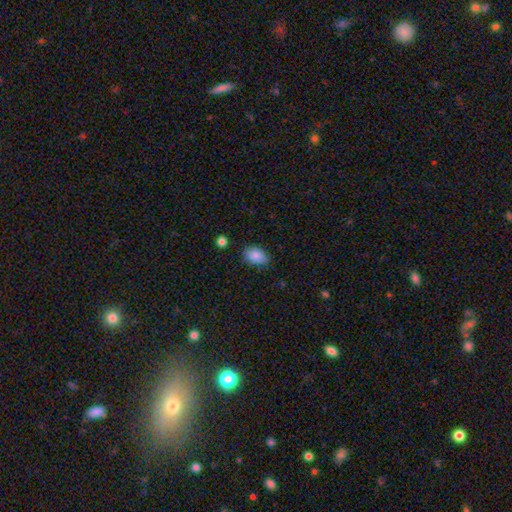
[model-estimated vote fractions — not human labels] Smooth or featured? Predicted: smooth (p=0.86). How rounded? Predicted: in between (p=0.84). Merging? Predicted: none (p=0.74).